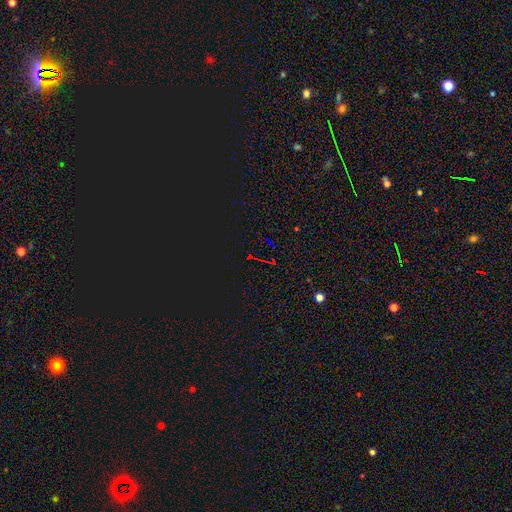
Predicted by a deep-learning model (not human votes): Q: Smooth or featured?
A: star or artifact (81%); runner-up: smooth (10%)